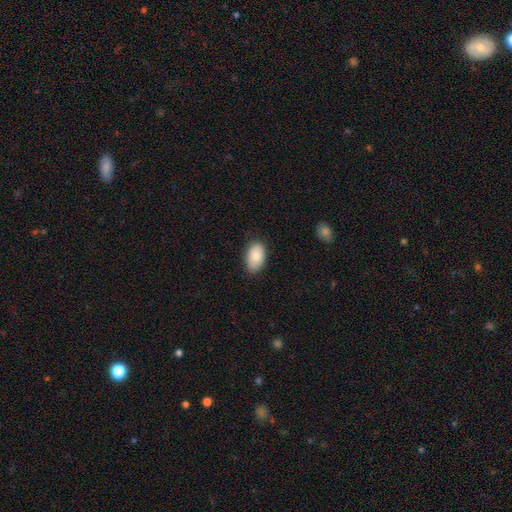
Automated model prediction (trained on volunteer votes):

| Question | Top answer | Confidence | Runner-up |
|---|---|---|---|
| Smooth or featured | smooth | 84% | featured or disk (10%) |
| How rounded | in between | 93% | round (5%) |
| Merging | none | 82% | minor disturbance (15%) |